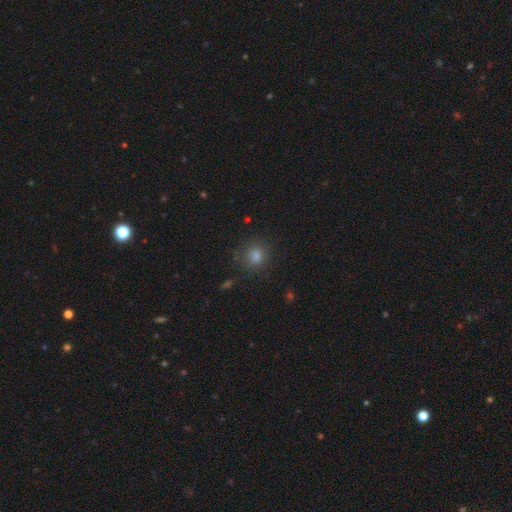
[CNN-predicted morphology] smooth-or-featured: smooth: 76% | star or artifact: 18% | featured or disk: 6%
  how-rounded: round: 81% | in between: 18% | cigar-shaped: 1%
  merging: none: 83% | minor disturbance: 11% | major disturbance: 4% | merger: 2%